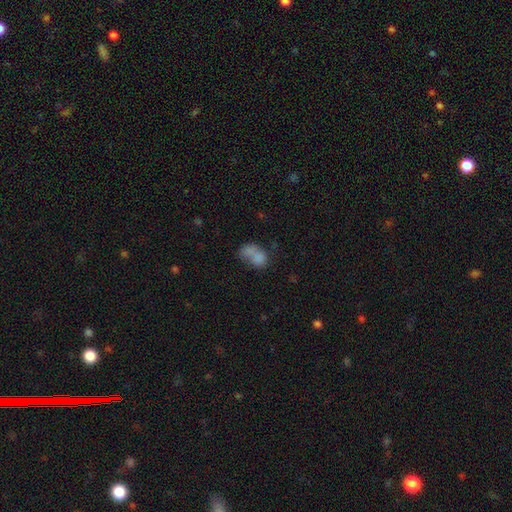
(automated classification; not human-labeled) smooth-or-featured: smooth: 73% | featured or disk: 16% | star or artifact: 11%
  how-rounded: in between: 73% | round: 25% | cigar-shaped: 2%
  merging: merger: 47% | none: 23% | major disturbance: 15% | minor disturbance: 14%